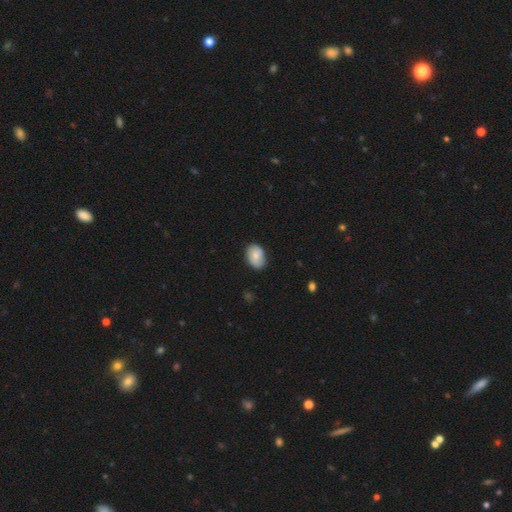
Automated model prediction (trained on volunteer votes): Q: Smooth or featured?
A: smooth (75%); runner-up: featured or disk (18%)
Q: How rounded?
A: in between (79%); runner-up: round (20%)
Q: Merging?
A: none (78%); runner-up: minor disturbance (18%)